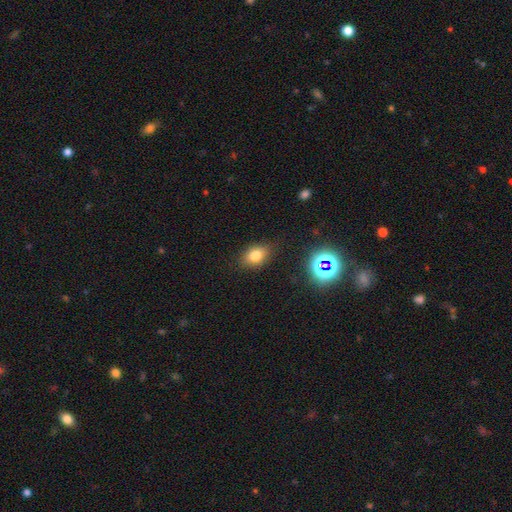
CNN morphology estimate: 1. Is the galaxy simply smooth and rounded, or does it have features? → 76% smooth, 15% star or artifact, 9% featured or disk.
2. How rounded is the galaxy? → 71% in between, 27% round, 2% cigar-shaped.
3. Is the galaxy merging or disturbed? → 83% none, 13% minor disturbance, 3% major disturbance, 2% merger.